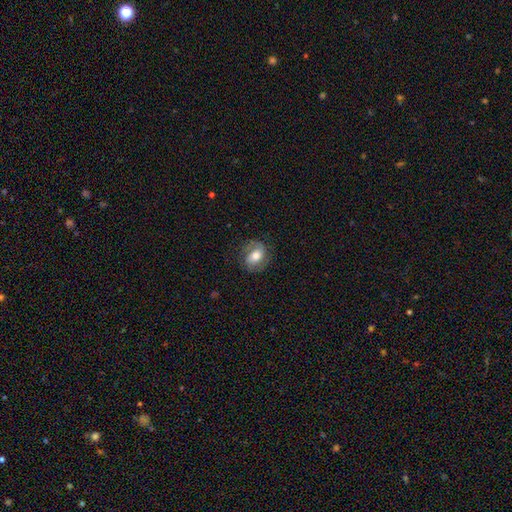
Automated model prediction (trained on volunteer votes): This appears to be a featured or disk galaxy (46%, tied with smooth). Merging: none (74%).